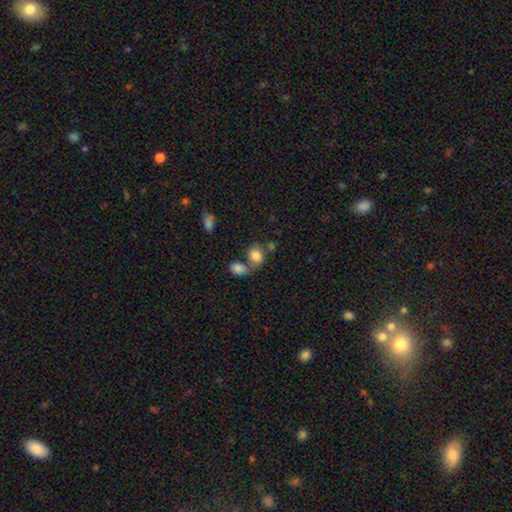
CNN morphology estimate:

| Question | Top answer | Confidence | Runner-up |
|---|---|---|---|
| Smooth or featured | smooth | 81% | featured or disk (10%) |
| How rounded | in between | 57% | round (42%) |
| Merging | merger | 42% | none (38%) |